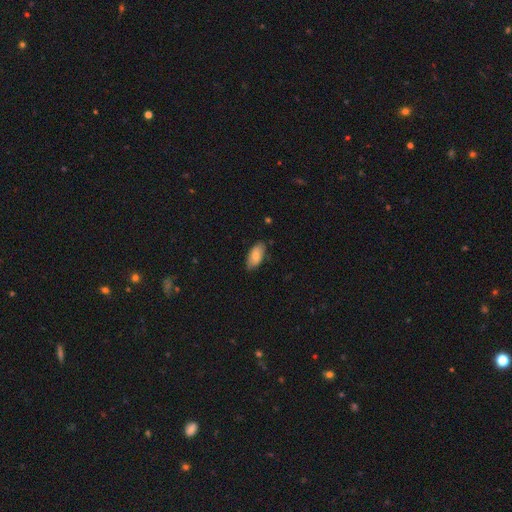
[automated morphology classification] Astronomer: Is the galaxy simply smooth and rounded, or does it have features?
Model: smooth — 75%.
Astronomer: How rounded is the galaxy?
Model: in between — 93%.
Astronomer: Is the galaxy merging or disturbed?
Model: none — 77%.